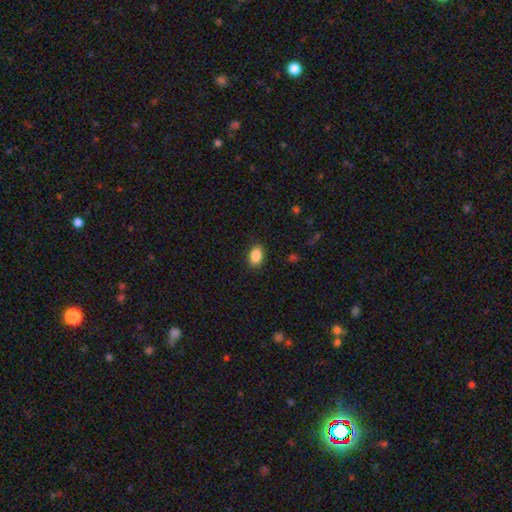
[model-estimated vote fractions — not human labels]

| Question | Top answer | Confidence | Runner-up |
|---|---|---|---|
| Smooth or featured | smooth | 88% | star or artifact (8%) |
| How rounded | in between | 86% | round (13%) |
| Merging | none | 88% | minor disturbance (9%) |